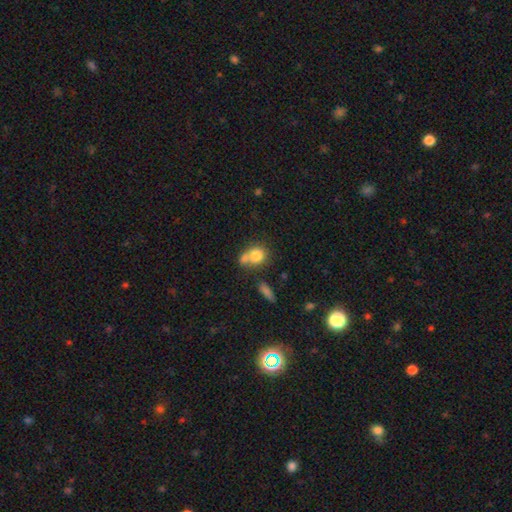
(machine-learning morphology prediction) Smooth or featured?
  - smooth: 78% *
  - featured or disk: 12%
  - star or artifact: 10%
How rounded?
  - round: 74% *
  - in between: 25%
  - cigar-shaped: 1%
Merging?
  - none: 43% *
  - merger: 41%
  - minor disturbance: 11%
  - major disturbance: 5%